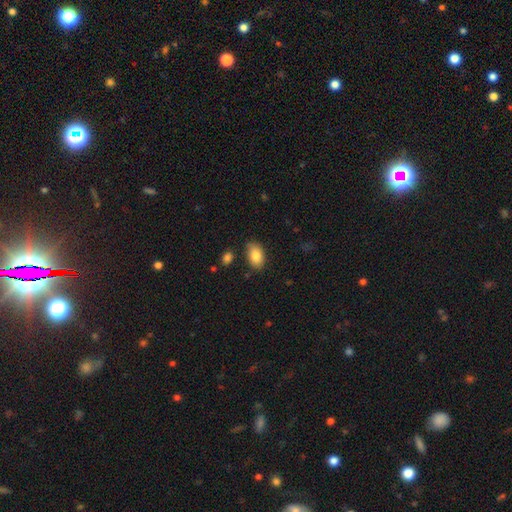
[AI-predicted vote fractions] Smooth or featured? Predicted: smooth (p=0.86). How rounded? Predicted: in between (p=0.92). Merging? Predicted: none (p=0.78).